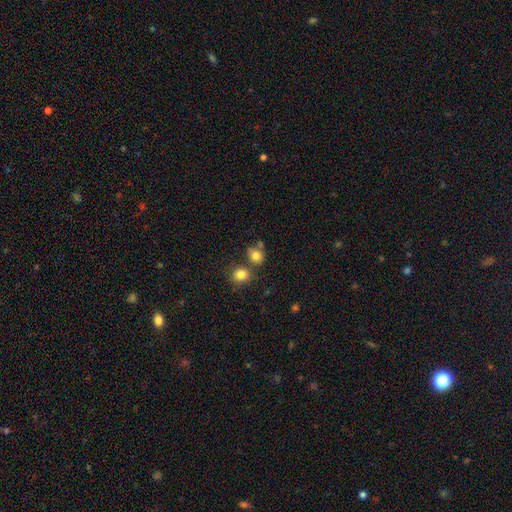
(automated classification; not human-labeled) This is likely a smooth galaxy (79%). How rounded: likely round (66%). Merging: possibly none (56%).